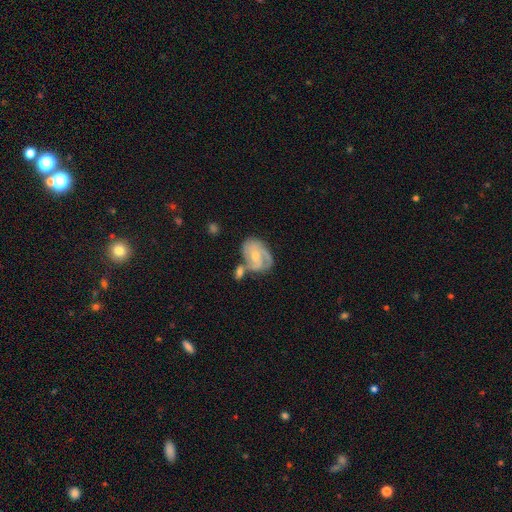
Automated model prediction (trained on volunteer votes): Smooth or featured? featured or disk (74%)
Edge-on disk? no (97%)
Bar? no (55%)
Spiral arms? yes (90%)
Spiral winding? medium (44%)
Spiral arm count? 2 (42%)
Bulge size? small (51%)
Merging? none (40%)